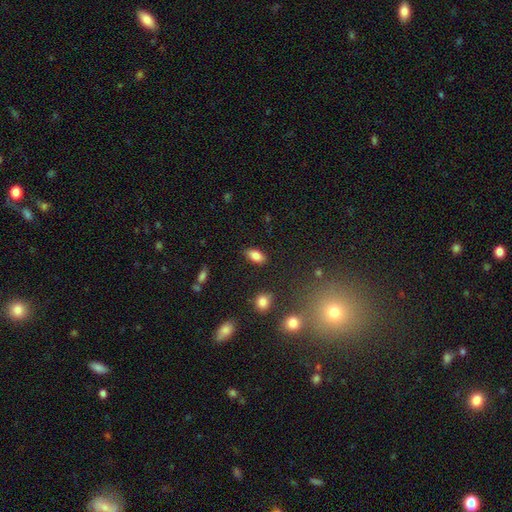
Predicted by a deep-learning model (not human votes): smooth_or_featured: smooth (p=0.84) [alt: star or artifact p=0.09]
how_rounded: in between (p=0.90) [alt: round p=0.05]
merging: none (p=0.85) [alt: minor disturbance p=0.10]